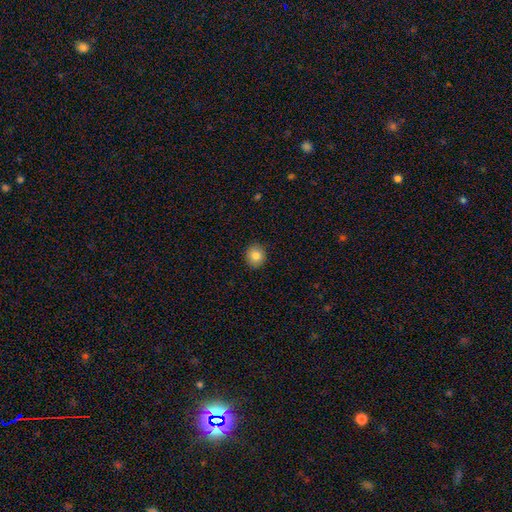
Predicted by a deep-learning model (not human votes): Smooth or featured? smooth (83%)
How rounded? round (85%)
Merging? none (91%)